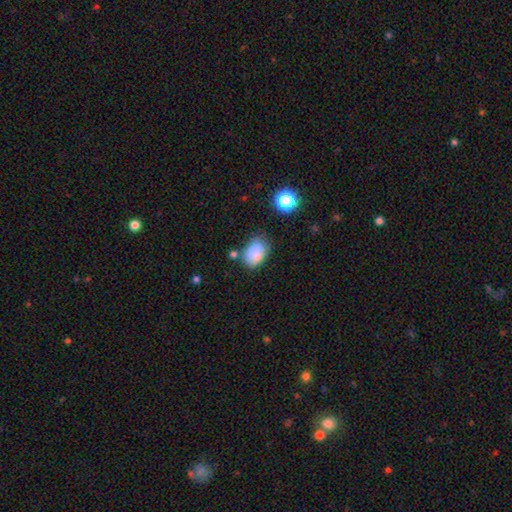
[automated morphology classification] Smooth or featured? Predicted: smooth (p=0.81). How rounded? Predicted: in between (p=0.82). Merging? Predicted: none (p=0.57).